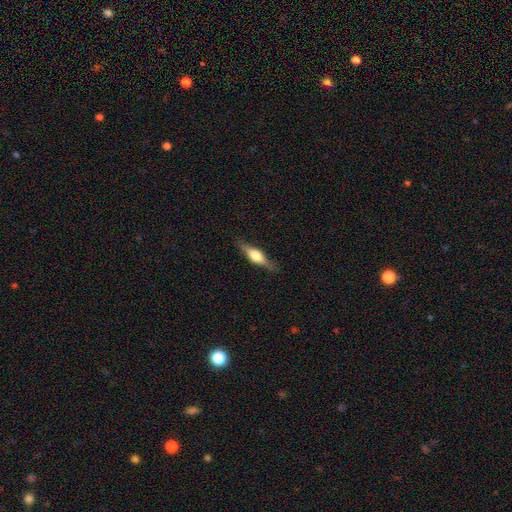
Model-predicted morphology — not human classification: This is likely a featured or disk galaxy (62%). It is clearly viewed edge-on (95%). Edge-on bulge: clearly rounded (89%). Merging: clearly none (85%).